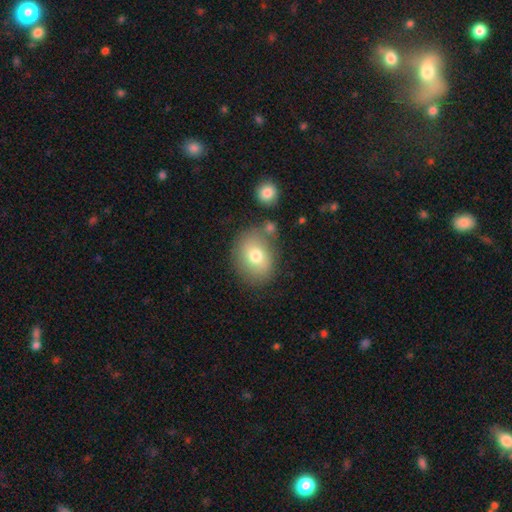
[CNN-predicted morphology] Q: Smooth or featured?
A: smooth (73%); runner-up: featured or disk (18%)
Q: How rounded?
A: in between (50%); runner-up: round (49%)
Q: Merging?
A: none (68%); runner-up: minor disturbance (16%)